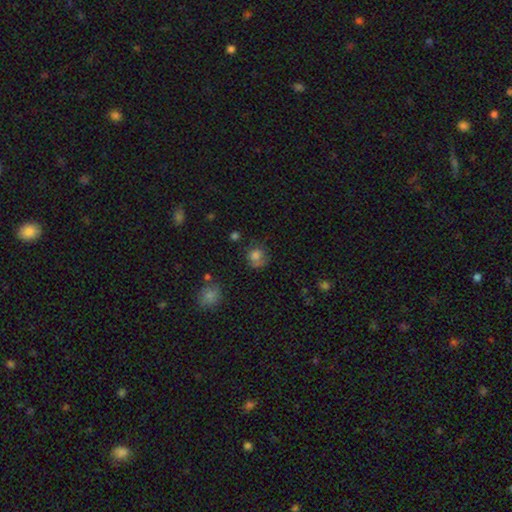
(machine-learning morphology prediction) Smooth or featured? Predicted: smooth (p=0.74). How rounded? Predicted: round (p=0.78). Merging? Predicted: none (p=0.55).